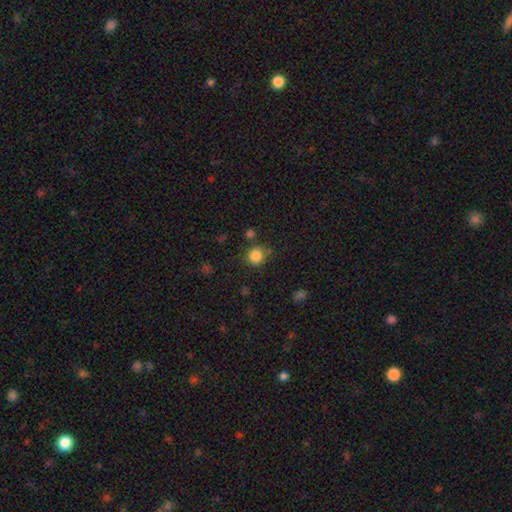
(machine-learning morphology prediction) A smooth galaxy with no disk features (84%) that is round (89%).

Vote fractions:
- Smooth or featured? smooth: 84% / star or artifact: 12% / featured or disk: 4%
- How rounded? round: 89% / in between: 10% / cigar-shaped: 1%
- Merging? none: 78% / minor disturbance: 12% / merger: 6% / major disturbance: 4%